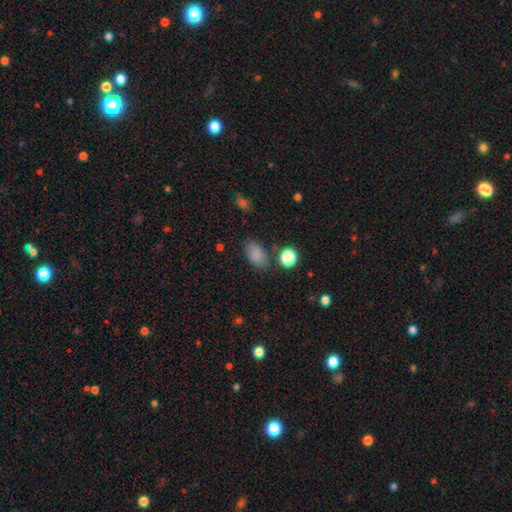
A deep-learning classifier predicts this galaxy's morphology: A smooth galaxy with no disk features (84%) that is in between round and cigar-shaped (90%).

Vote fractions:
- Smooth or featured? smooth: 84% / star or artifact: 11% / featured or disk: 5%
- How rounded? in between: 90% / round: 8% / cigar-shaped: 2%
- Merging? none: 79% / minor disturbance: 13% / merger: 4% / major disturbance: 4%